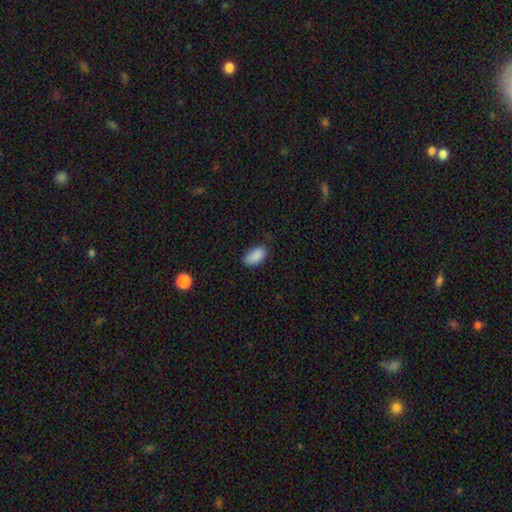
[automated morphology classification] A smooth galaxy with no disk features (89%) that is in between round and cigar-shaped (94%).

Vote fractions:
- Smooth or featured? smooth: 89% / star or artifact: 7% / featured or disk: 4%
- How rounded? in between: 94% / round: 3% / cigar-shaped: 3%
- Merging? none: 70% / minor disturbance: 24% / major disturbance: 4% / merger: 1%